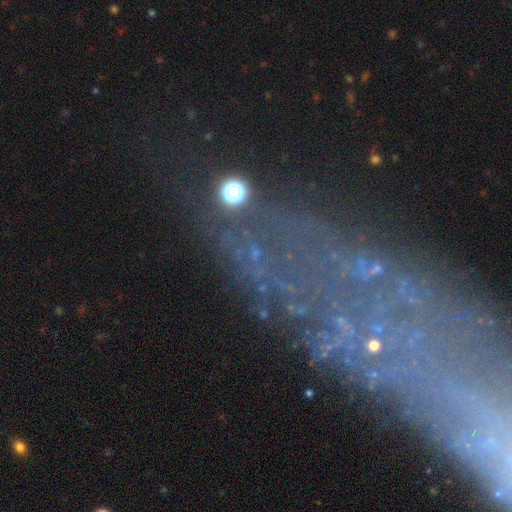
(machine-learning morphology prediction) A star or artifact, not a galaxy (47%).